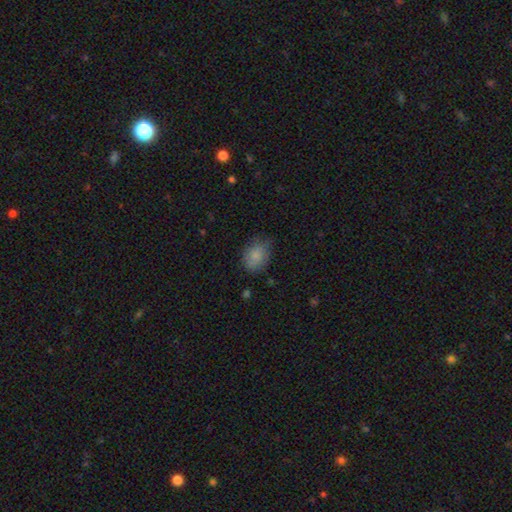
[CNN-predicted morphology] A smooth galaxy with no disk features (83%) that is in between round and cigar-shaped (62%).

Vote fractions:
- Smooth or featured? smooth: 83% / featured or disk: 9% / star or artifact: 8%
- How rounded? in between: 62% / round: 37% / cigar-shaped: 1%
- Merging? none: 66% / minor disturbance: 26% / major disturbance: 6% / merger: 1%